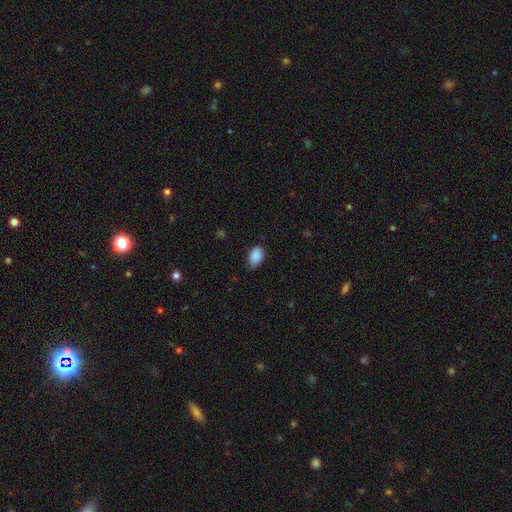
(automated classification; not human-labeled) A smooth galaxy with no disk features (89%) that is in between round and cigar-shaped (87%).

Vote fractions:
- Smooth or featured? smooth: 89% / star or artifact: 8% / featured or disk: 3%
- How rounded? in between: 87% / round: 12% / cigar-shaped: 1%
- Merging? none: 80% / minor disturbance: 17% / major disturbance: 3% / merger: 1%